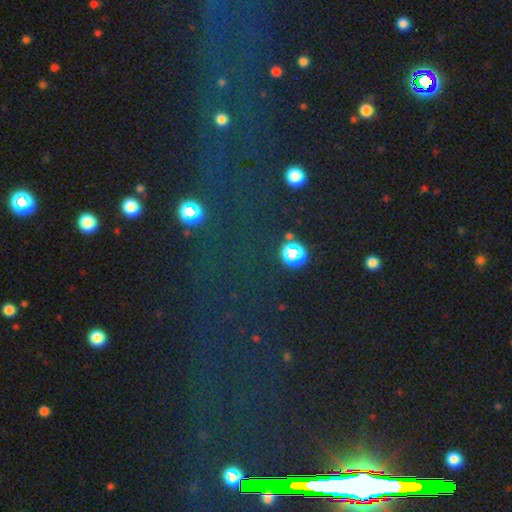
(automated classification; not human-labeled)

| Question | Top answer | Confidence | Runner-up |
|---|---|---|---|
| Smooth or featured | star or artifact | 75% | smooth (15%) |